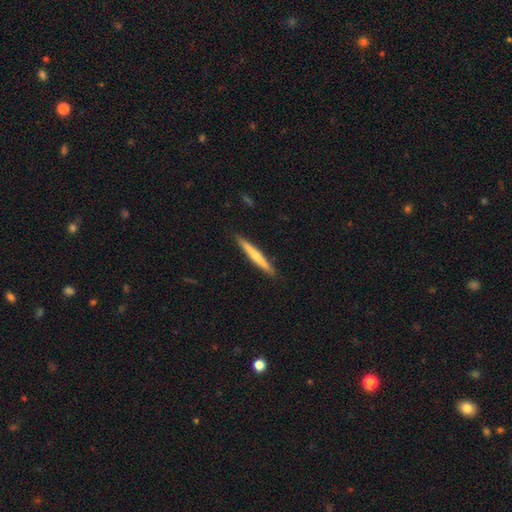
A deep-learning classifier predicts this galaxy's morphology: smooth_or_featured: smooth (p=0.54) [alt: featured or disk p=0.40]
how_rounded: cigar-shaped (p=0.96) [alt: in between p=0.03]
merging: none (p=0.91) [alt: minor disturbance p=0.06]